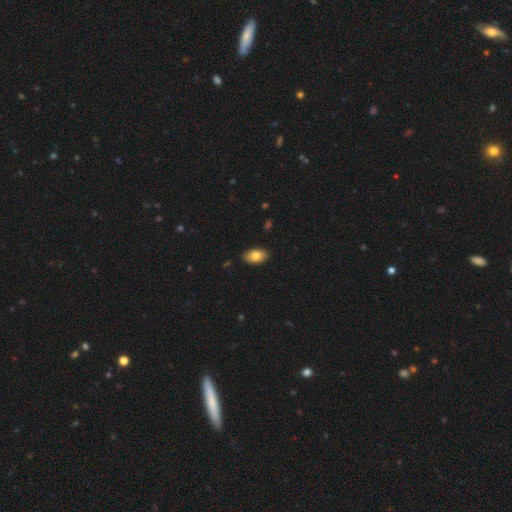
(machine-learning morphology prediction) type=smooth (81%); roundness=in between (93%); merging=none (88%).